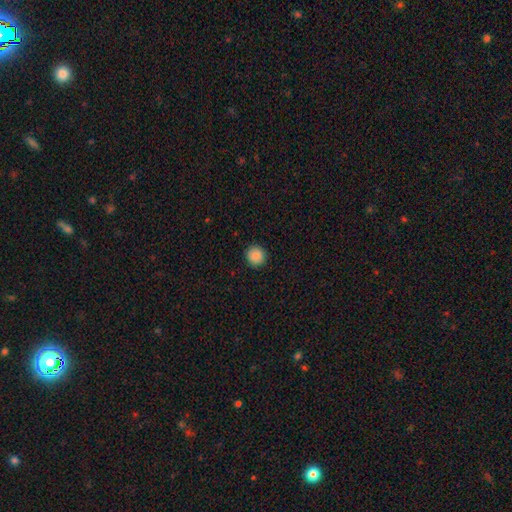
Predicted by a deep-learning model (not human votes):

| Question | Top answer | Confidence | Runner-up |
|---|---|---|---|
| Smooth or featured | smooth | 88% | star or artifact (9%) |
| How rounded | round | 93% | in between (6%) |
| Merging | none | 92% | minor disturbance (5%) |